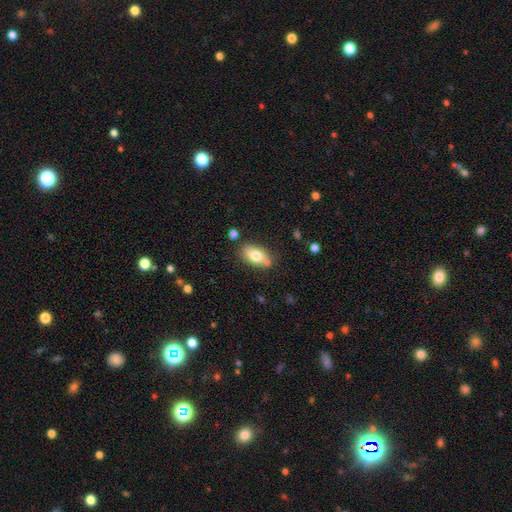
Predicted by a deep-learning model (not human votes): Smooth or featured: smooth — 76% (featured or disk — 16%)
How rounded: in between — 89% (round — 7%)
Merging: none — 75% (minor disturbance — 15%)